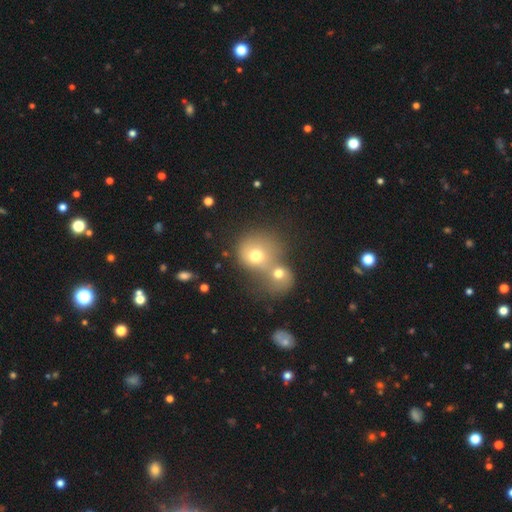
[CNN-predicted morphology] Q: Smooth or featured?
A: smooth (67%); runner-up: featured or disk (20%)
Q: How rounded?
A: round (78%); runner-up: in between (21%)
Q: Merging?
A: merger (66%); runner-up: none (22%)